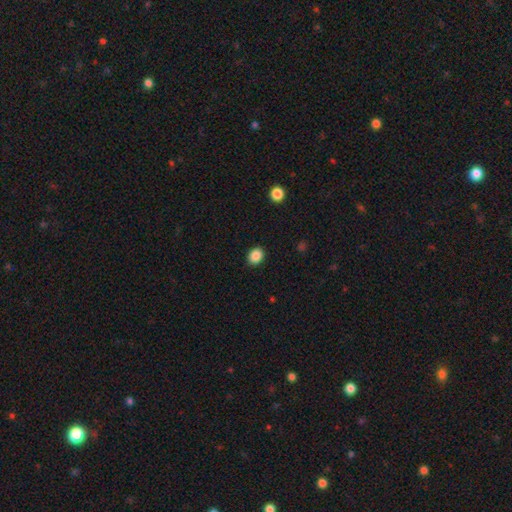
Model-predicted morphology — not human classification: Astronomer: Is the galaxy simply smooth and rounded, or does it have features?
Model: smooth — 87%.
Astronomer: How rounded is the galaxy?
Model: round — 51% (runner-up: in between, 48%).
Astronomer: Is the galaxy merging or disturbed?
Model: none — 90%.